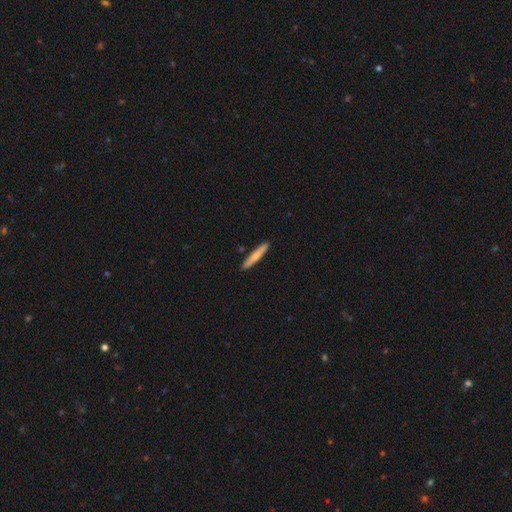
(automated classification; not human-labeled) This appears to be a smooth galaxy with no disk features (66%) that is cigar-shaped (93%). Merging: none (90%).